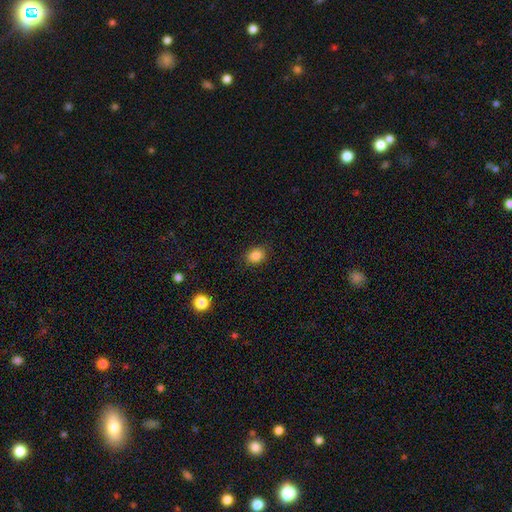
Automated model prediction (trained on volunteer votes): Smooth or featured? smooth (86%)
How rounded? in between (51%)
Merging? none (87%)